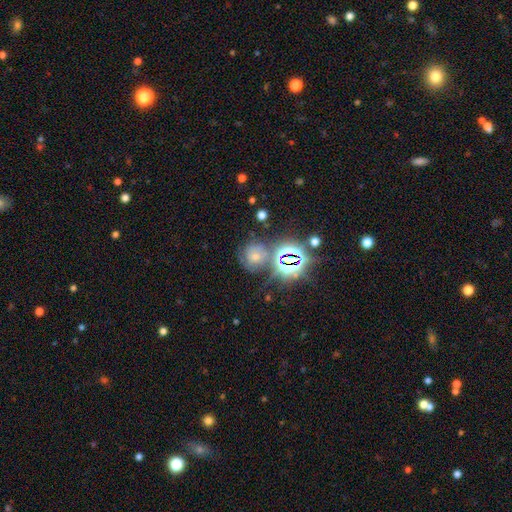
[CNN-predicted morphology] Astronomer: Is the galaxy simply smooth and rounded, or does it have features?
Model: smooth — 41% (runner-up: star or artifact, 38%).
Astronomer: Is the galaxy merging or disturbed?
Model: none — 60%.